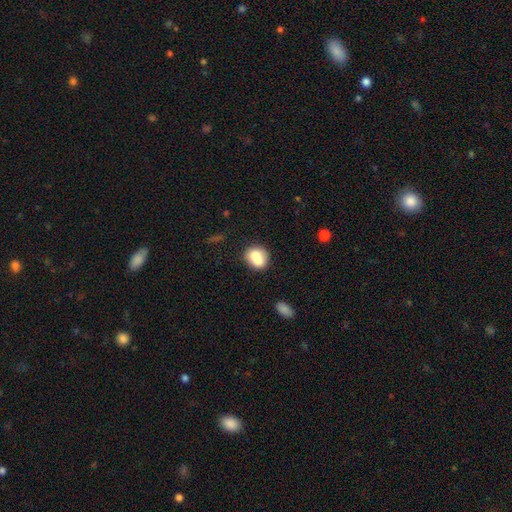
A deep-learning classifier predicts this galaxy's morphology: Q: Smooth or featured?
A: smooth (75%); runner-up: featured or disk (16%)
Q: How rounded?
A: round (62%); runner-up: in between (37%)
Q: Merging?
A: none (51%); runner-up: merger (30%)